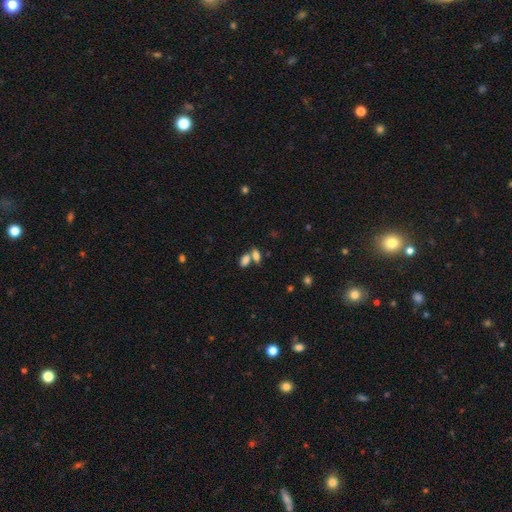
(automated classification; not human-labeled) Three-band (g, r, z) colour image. It shows a smooth galaxy with no disk features (75%) that is in between round and cigar-shaped (79%). Merging: merger (44%).